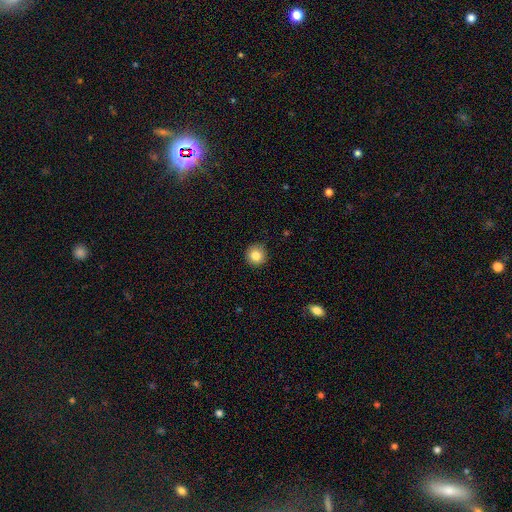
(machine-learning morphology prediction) smooth-or-featured: smooth: 84% | star or artifact: 10% | featured or disk: 7%
  how-rounded: round: 95% | in between: 4% | cigar-shaped: 1%
  merging: none: 90% | minor disturbance: 7% | major disturbance: 2% | merger: 1%